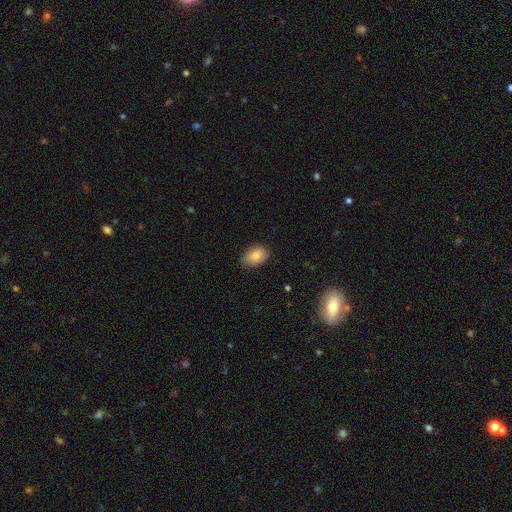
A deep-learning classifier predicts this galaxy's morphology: A smooth galaxy with no disk features (85%) that is in between round and cigar-shaped (88%). Merging: none (82%).